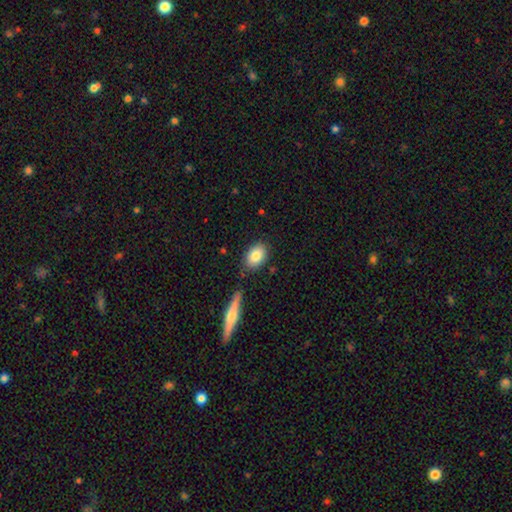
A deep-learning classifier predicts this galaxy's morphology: The model was most divided on "how rounded": in between: 83%, round: 15%, cigar-shaped: 2%. More confident: smooth or featured — smooth (83%); merging — none (80%).